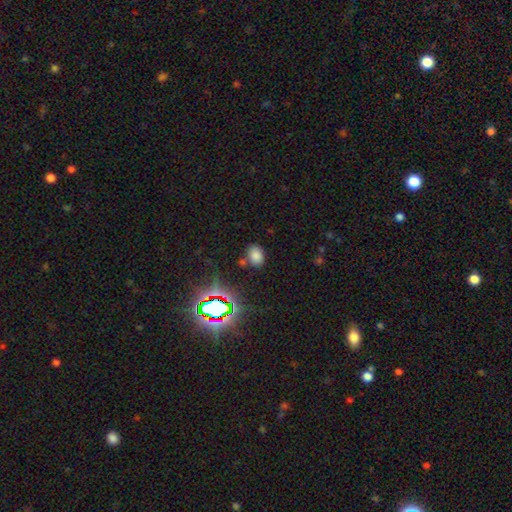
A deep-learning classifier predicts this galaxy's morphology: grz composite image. It shows a smooth galaxy with no disk features (74%) that is in between round and cigar-shaped (70%). Merging: none (75%).